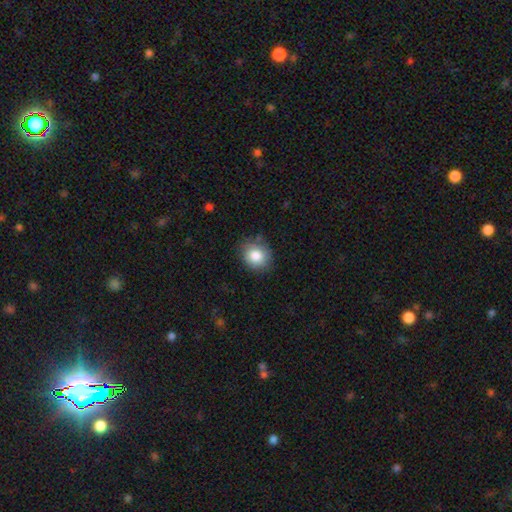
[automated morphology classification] Smooth or featured? Predicted: smooth (p=0.83). How rounded? Predicted: round (p=0.72). Merging? Predicted: none (p=0.78).